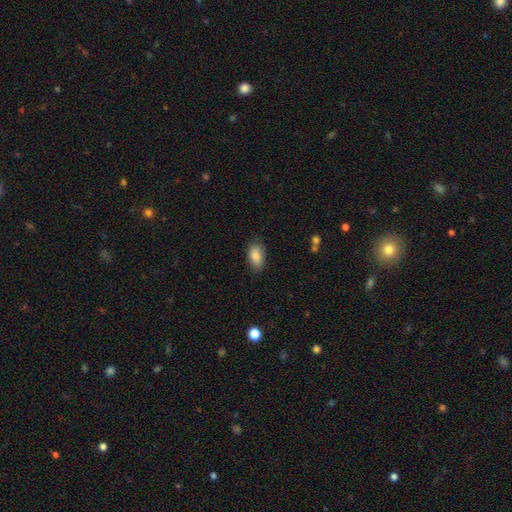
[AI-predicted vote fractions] Overall: smooth (86%). How rounded: in between (91%). Merging: none (79%).